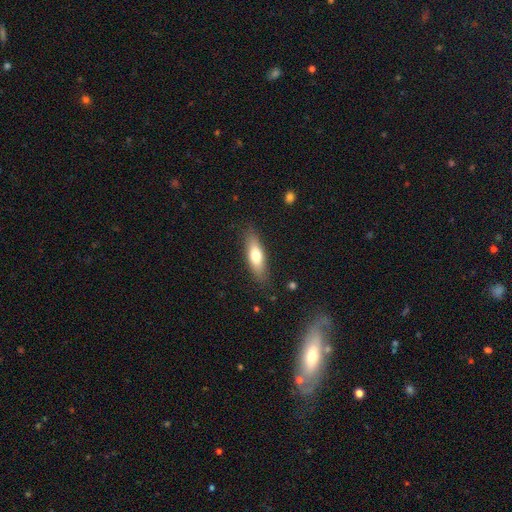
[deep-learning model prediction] This appears to be a smooth galaxy with no disk features (69%) that is cigar-shaped (50%). Merging: none (84%).